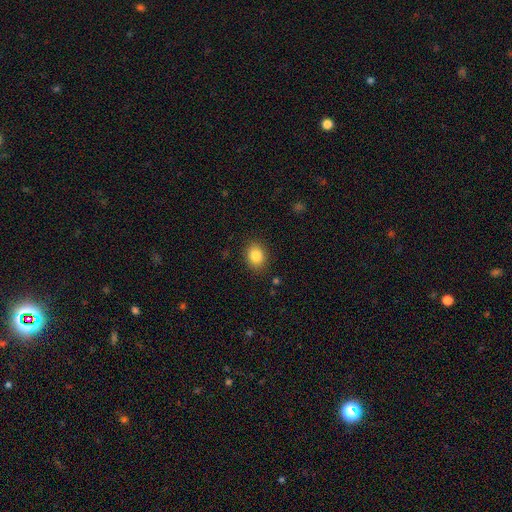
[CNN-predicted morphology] type=smooth (85%); roundness=in between (50%); merging=none (88%).